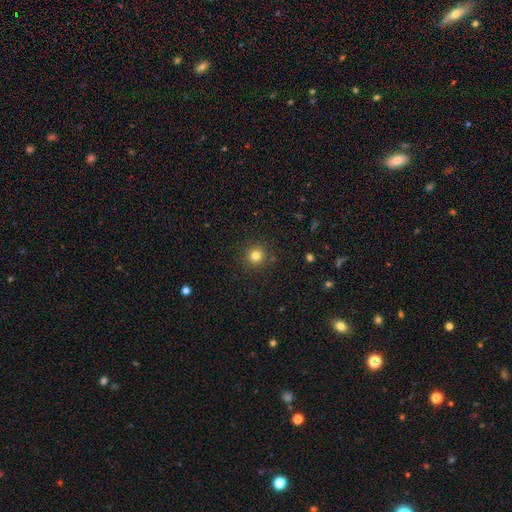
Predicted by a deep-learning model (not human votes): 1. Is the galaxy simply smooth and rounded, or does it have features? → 81% smooth, 13% star or artifact, 6% featured or disk.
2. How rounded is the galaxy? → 94% round, 5% in between, 1% cigar-shaped.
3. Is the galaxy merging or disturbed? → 90% none, 7% minor disturbance, 2% major disturbance, 2% merger.